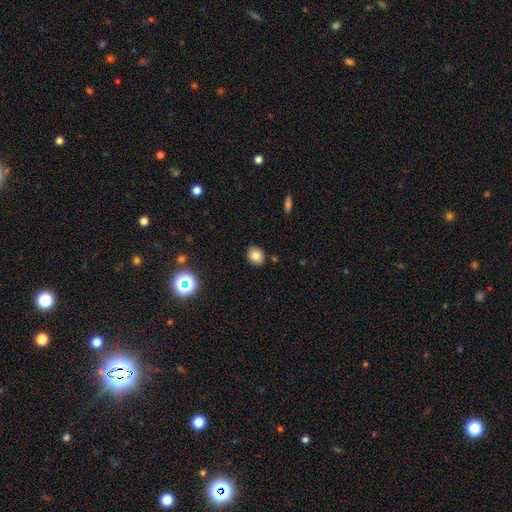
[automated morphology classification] Smooth or featured? smooth (82%)
How rounded? round (65%)
Merging? none (88%)